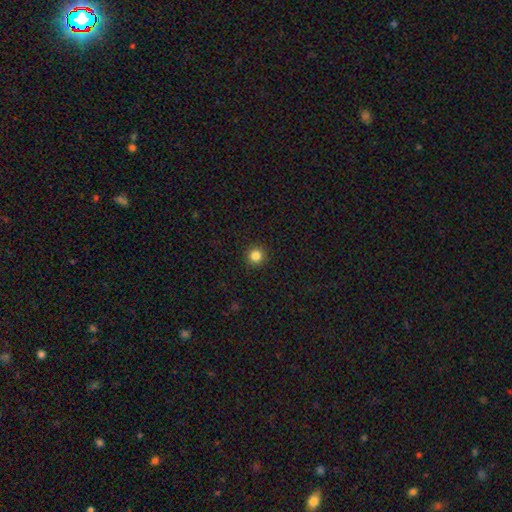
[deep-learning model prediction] Overall: smooth (84%). How rounded: round (95%). Merging: none (93%).